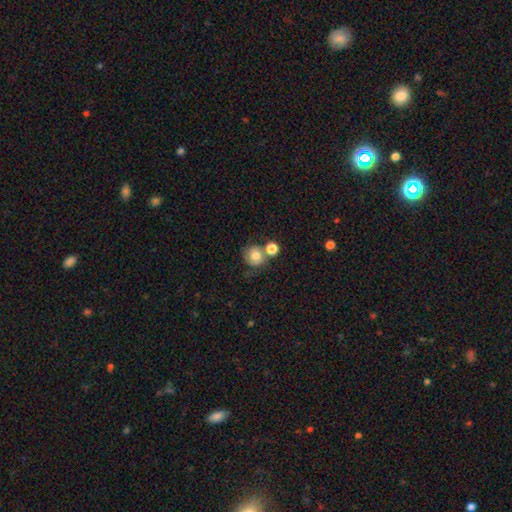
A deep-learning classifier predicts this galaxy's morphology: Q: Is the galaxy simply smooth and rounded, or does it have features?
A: smooth — 74%.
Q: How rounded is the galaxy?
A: round — 86%.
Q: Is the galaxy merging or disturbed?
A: none — 51%.